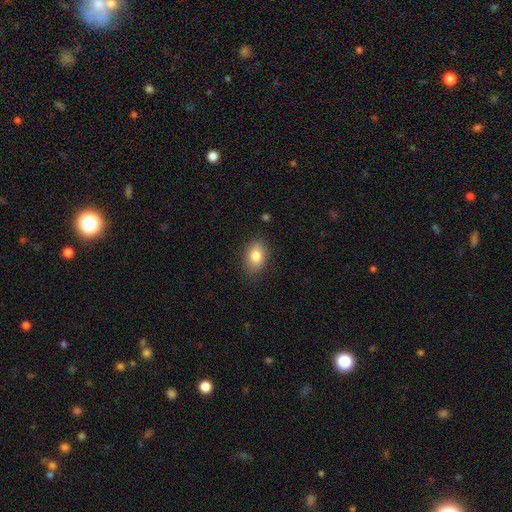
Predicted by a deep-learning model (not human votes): A smooth galaxy with no disk features (82%) that is in between round and cigar-shaped (81%). Merging: none (83%).